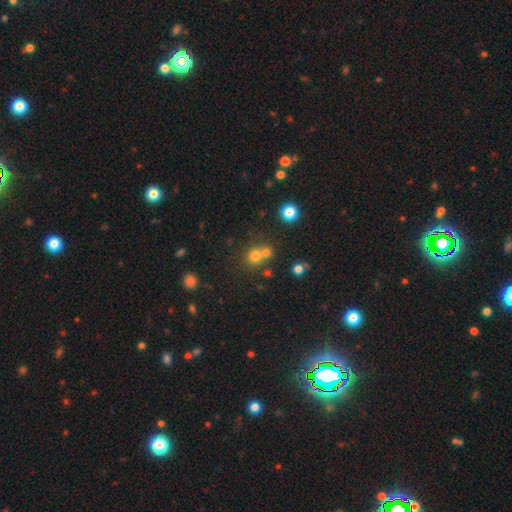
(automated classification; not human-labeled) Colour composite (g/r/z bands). It shows a smooth galaxy with no disk features (73%) that is round (85%). Merging: none (50%).